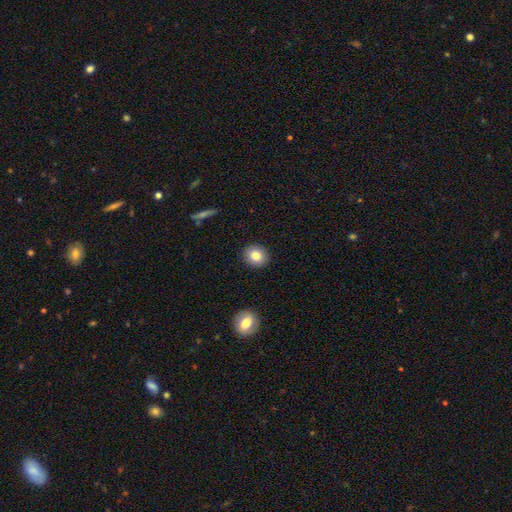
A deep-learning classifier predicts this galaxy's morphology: This appears to be a smooth galaxy with no disk features (83%) that is round (77%). Merging: none (91%).